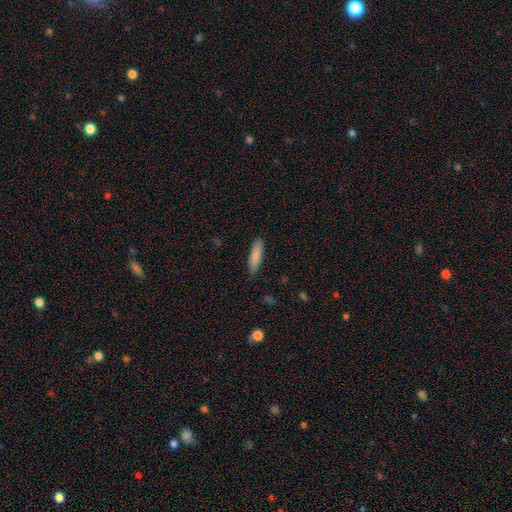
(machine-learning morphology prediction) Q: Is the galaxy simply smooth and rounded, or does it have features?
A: smooth — 85%.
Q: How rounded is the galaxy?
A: cigar-shaped — 66%.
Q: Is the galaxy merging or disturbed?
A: none — 85%.